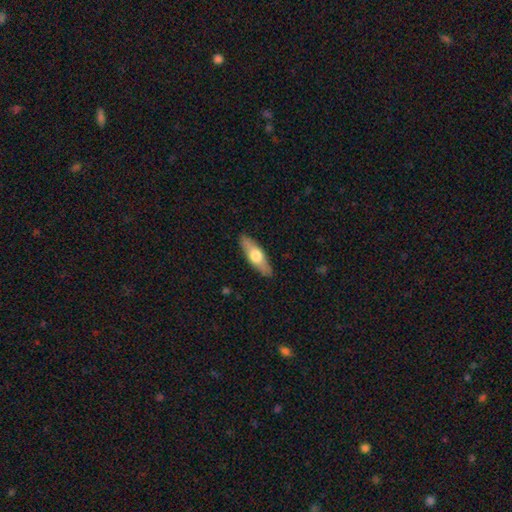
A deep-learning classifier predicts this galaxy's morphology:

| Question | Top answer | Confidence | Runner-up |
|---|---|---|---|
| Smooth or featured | smooth | 54% | featured or disk (41%) |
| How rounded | in between | 49% | cigar-shaped (48%) |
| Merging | none | 89% | minor disturbance (8%) |